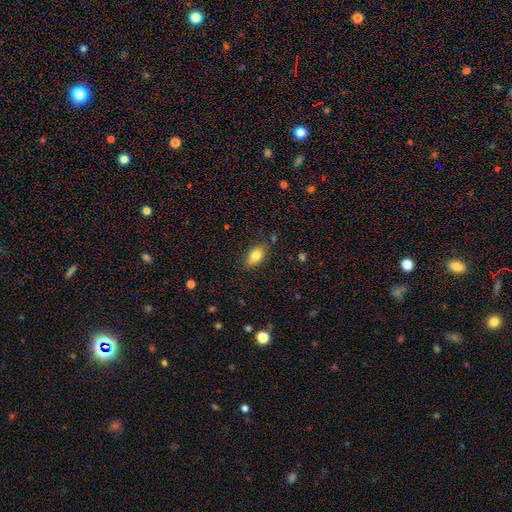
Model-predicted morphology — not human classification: A smooth galaxy with no disk features (80%) that is in between round and cigar-shaped (86%). Merging: none (81%).